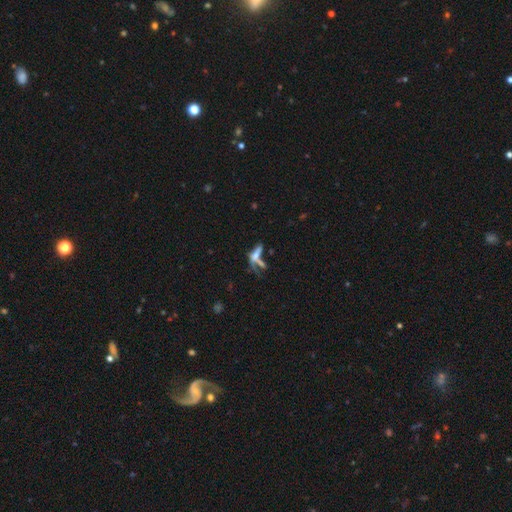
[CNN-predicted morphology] Overall: smooth (42%, tied with featured or disk). Merging: merger (44%; none 30%).